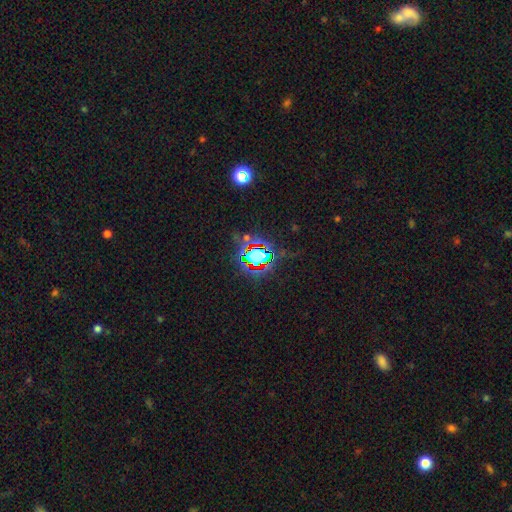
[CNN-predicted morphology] Smooth or featured?
  - star or artifact: 69% *
  - smooth: 18%
  - featured or disk: 13%